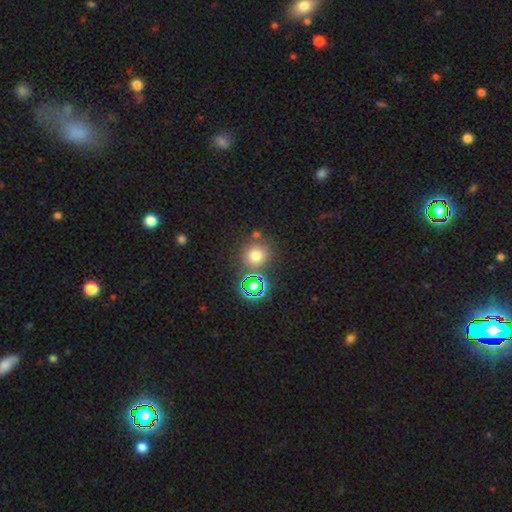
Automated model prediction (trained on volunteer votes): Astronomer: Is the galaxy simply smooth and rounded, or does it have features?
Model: smooth — 68%.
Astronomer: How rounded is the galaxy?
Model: round — 88%.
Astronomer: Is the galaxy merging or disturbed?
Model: none — 75%.